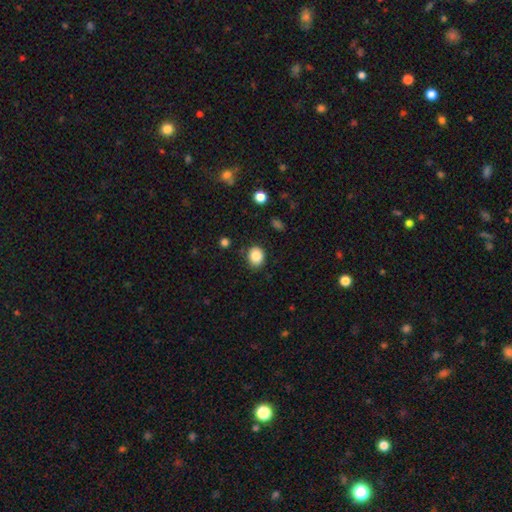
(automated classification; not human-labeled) Morphology: type=smooth (86%); roundness=round (63%); merging=none (83%).